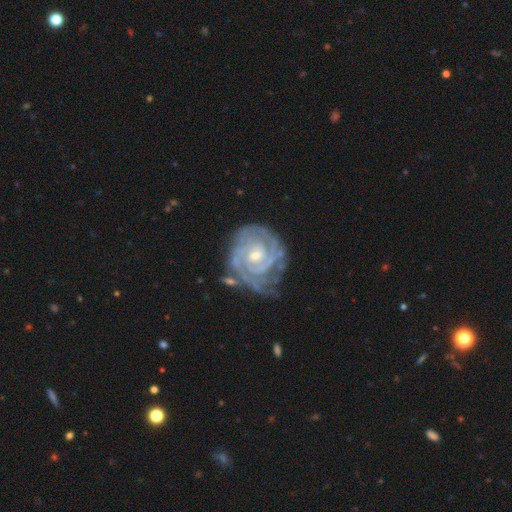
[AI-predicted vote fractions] Smooth or featured? featured or disk (89%)
Edge-on disk? no (98%)
Bar? no (63%)
Spiral arms? yes (97%)
Spiral winding? tight (81%)
Spiral arm count? 2 (32%)
Bulge size? small (57%)
Merging? none (57%)